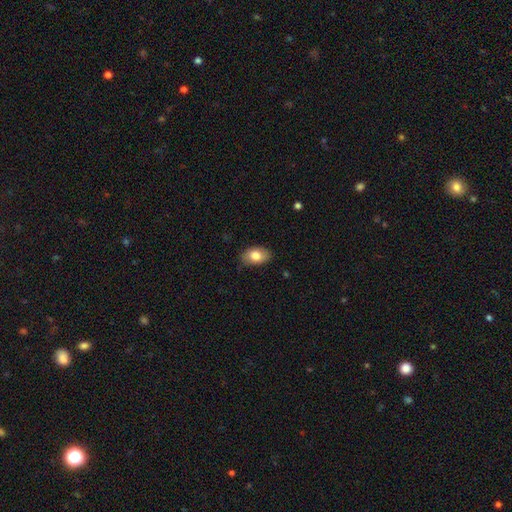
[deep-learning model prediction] A smooth galaxy with no disk features (79%) that is in between round and cigar-shaped (89%).

Vote fractions:
- Smooth or featured? smooth: 79% / featured or disk: 14% / star or artifact: 7%
- How rounded? in between: 89% / round: 10% / cigar-shaped: 1%
- Merging? none: 82% / minor disturbance: 14% / major disturbance: 3% / merger: 1%